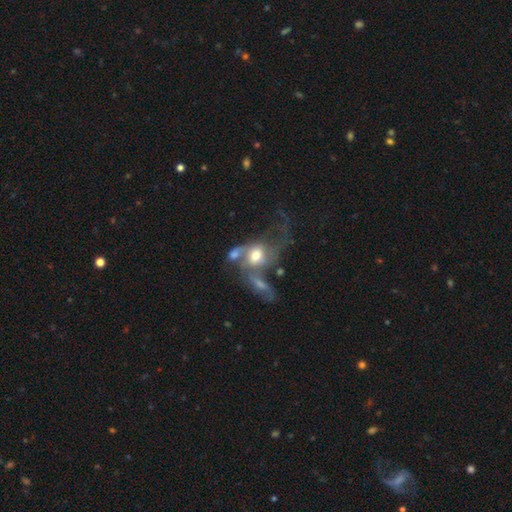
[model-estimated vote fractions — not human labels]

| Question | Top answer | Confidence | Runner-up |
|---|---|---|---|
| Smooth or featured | featured or disk | 55% | smooth (34%) |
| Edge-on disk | no | 94% | yes (6%) |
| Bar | no | 69% | weak (24%) |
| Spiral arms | yes | 58% | no (42%) |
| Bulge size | moderate | 59% | large (21%) |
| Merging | merger | 53% | major disturbance (25%) |